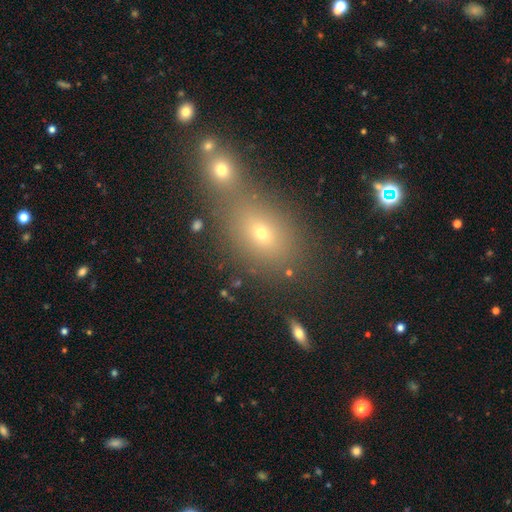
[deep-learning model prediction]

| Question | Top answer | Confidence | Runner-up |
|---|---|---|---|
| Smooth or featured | smooth | 50% | star or artifact (37%) |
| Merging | none | 58% | merger (29%) |